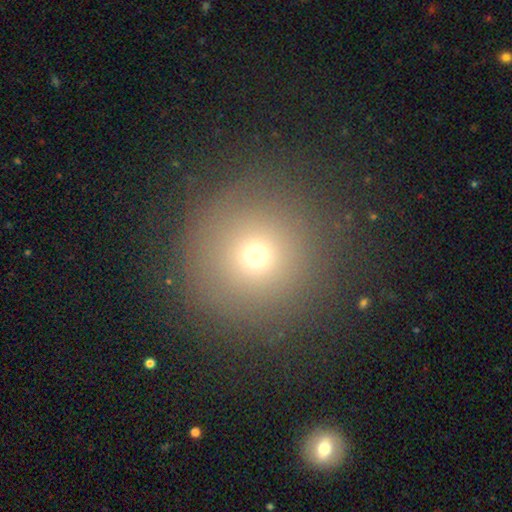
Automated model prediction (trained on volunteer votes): The model was most divided on "smooth or featured": smooth: 68%, star or artifact: 21%, featured or disk: 10%. More confident: how rounded — round (96%); merging — none (87%).